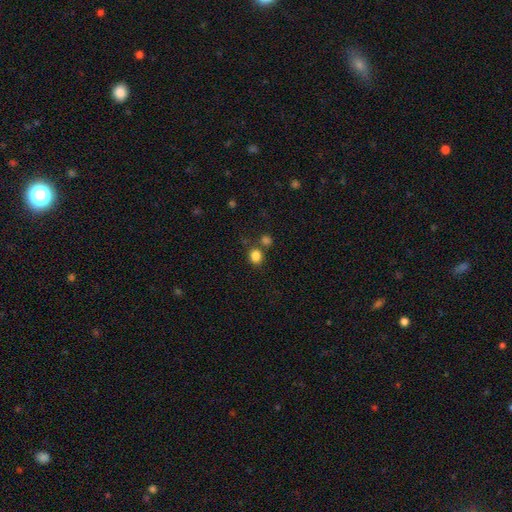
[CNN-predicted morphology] Smooth or featured: smooth — 84% (star or artifact — 12%)
How rounded: round — 71% (in between — 28%)
Merging: none — 70% (merger — 16%)